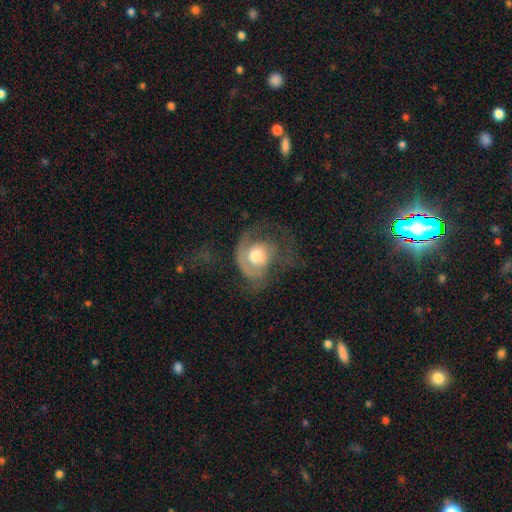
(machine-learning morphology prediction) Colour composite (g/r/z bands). It shows a featured or disk galaxy (63%) with no bar (78%), spiral arms (75%) and a moderate central bulge (60%). Merging: major disturbance (46%).